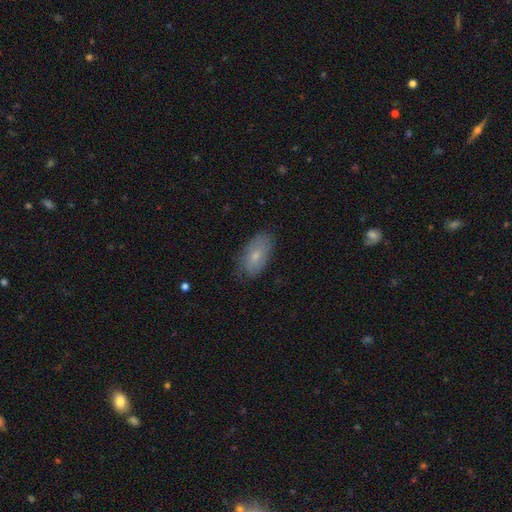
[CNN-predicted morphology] smooth-or-featured: smooth: 70% | featured or disk: 22% | star or artifact: 7%
  how-rounded: in between: 91% | cigar-shaped: 5% | round: 4%
  merging: none: 75% | minor disturbance: 20% | major disturbance: 4% | merger: 1%